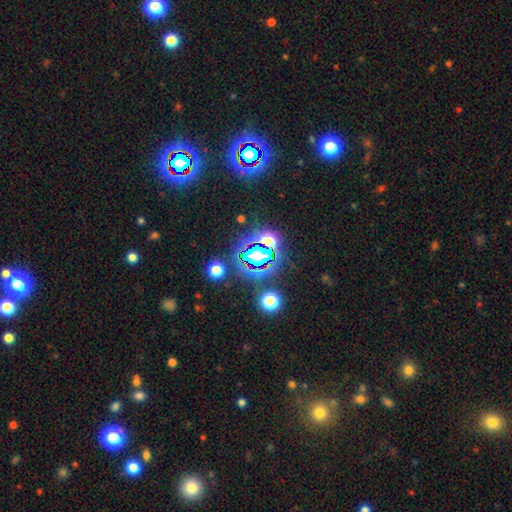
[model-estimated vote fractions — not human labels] Overall: star or artifact (63%; smooth 25%).